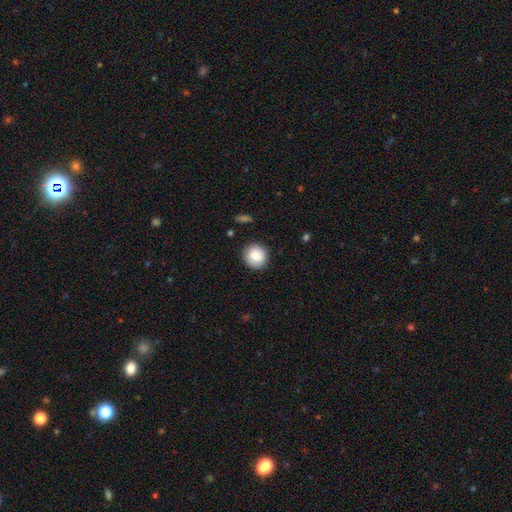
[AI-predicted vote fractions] This appears to be a smooth galaxy with no disk features (82%) that is round (92%). Merging: none (90%).